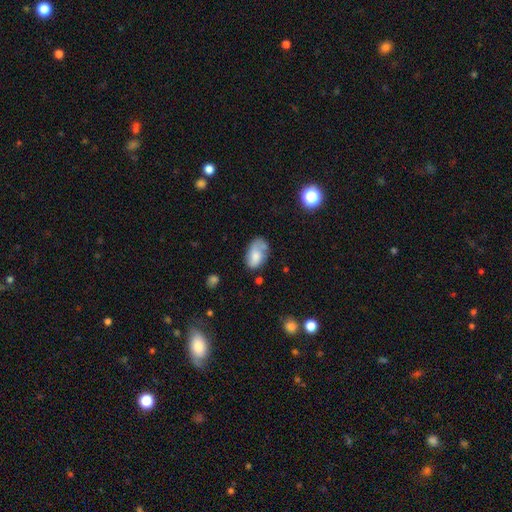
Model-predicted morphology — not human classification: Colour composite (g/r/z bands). It shows a smooth galaxy with no disk features (68%) that is in between round and cigar-shaped (90%). Merging: none (46%).